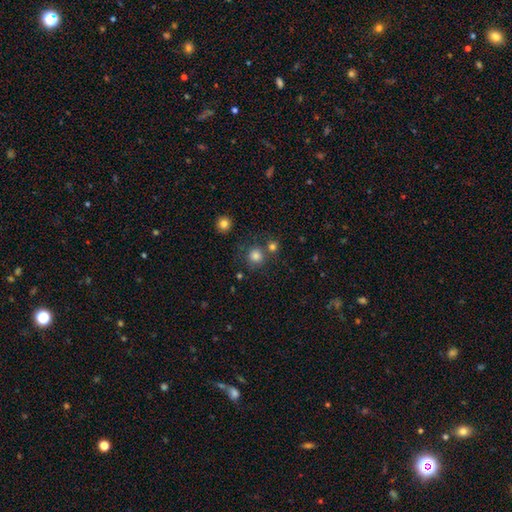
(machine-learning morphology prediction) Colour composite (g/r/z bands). It shows a smooth galaxy with no disk features (79%) that is round (92%). Merging: none (72%).